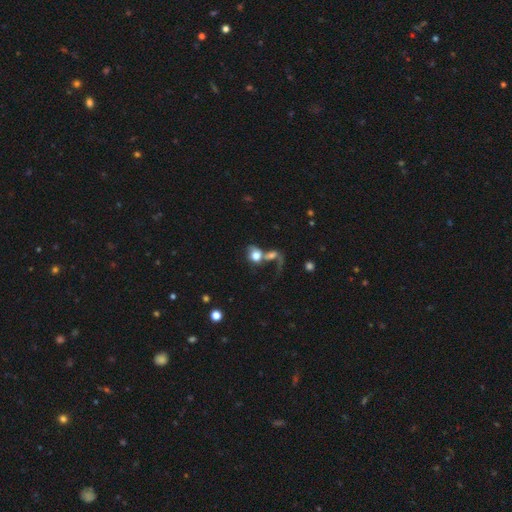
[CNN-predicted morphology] smooth 63%, featured or disk 26%, star or artifact 11%. Down the decision tree: how rounded — round (57%); merging — merger (61%).